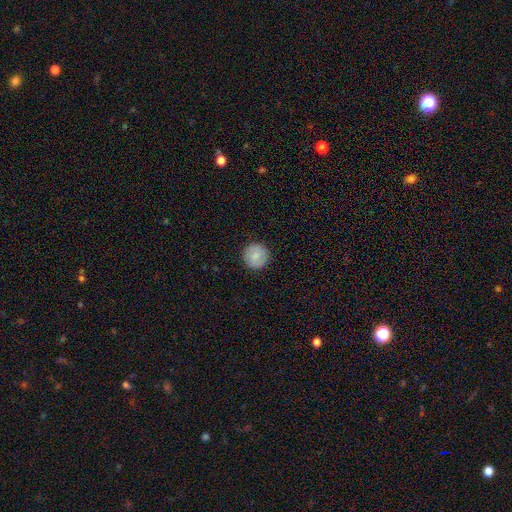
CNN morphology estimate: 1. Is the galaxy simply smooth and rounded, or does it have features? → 80% smooth, 13% featured or disk, 7% star or artifact.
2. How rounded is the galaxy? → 95% round, 4% in between, 1% cigar-shaped.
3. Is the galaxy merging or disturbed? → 91% none, 6% minor disturbance, 2% major disturbance, 1% merger.